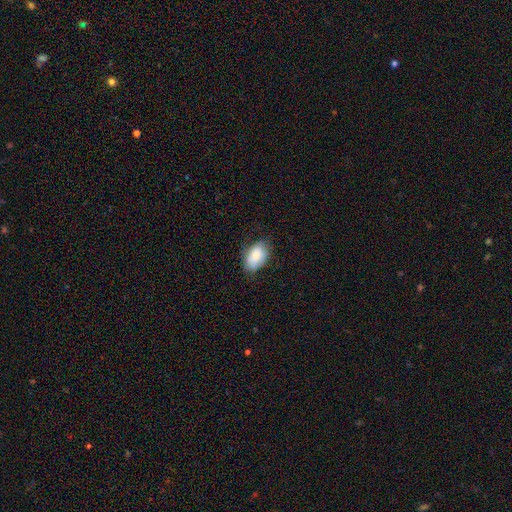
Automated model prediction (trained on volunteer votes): Overall: smooth (84%). How rounded: in between (92%). Merging: none (68%).